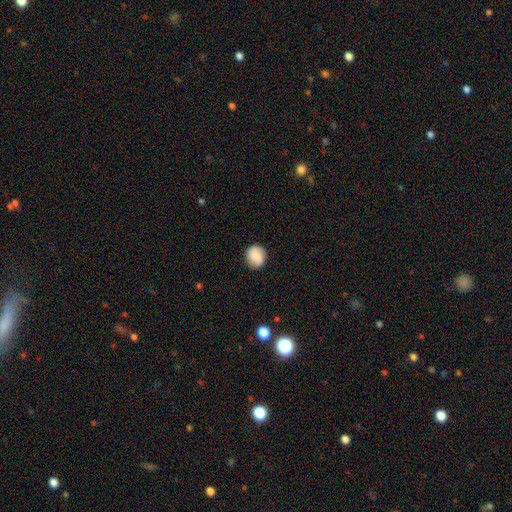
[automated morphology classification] type=smooth (77%); roundness=round (78%); merging=none (84%).